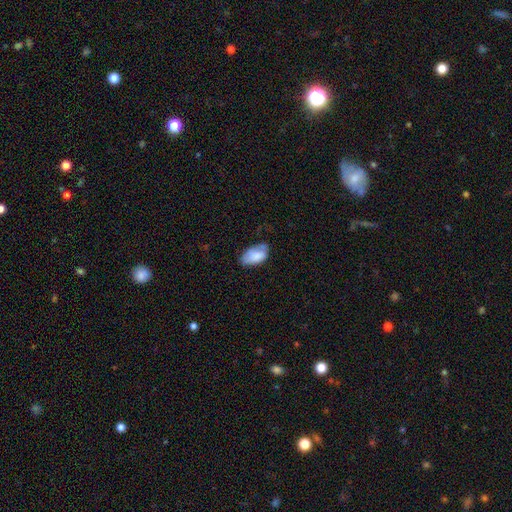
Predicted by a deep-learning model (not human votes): This appears to be a smooth galaxy with no disk features (78%) that is in between round and cigar-shaped (94%). Merging: none (49%).